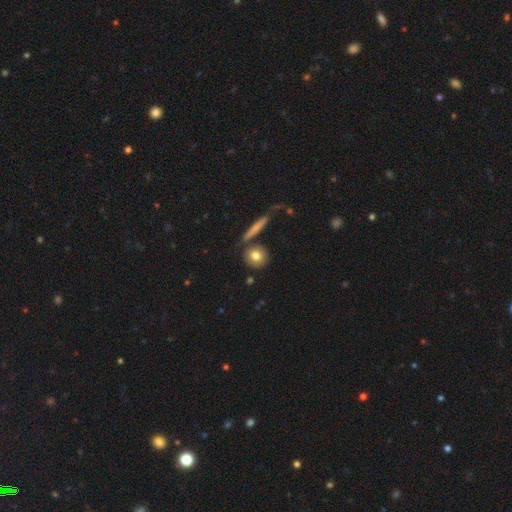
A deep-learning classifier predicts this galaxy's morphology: type=smooth (77%); roundness=round (82%); merging=none (77%).